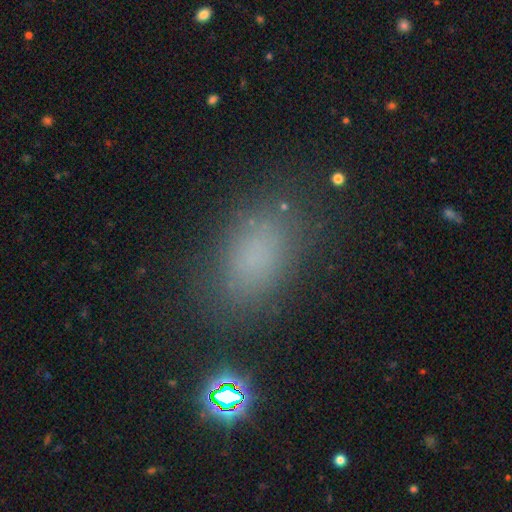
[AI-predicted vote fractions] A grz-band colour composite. It shows a smooth galaxy with no disk features (75%) that is in between round and cigar-shaped (86%). Merging: none (79%).